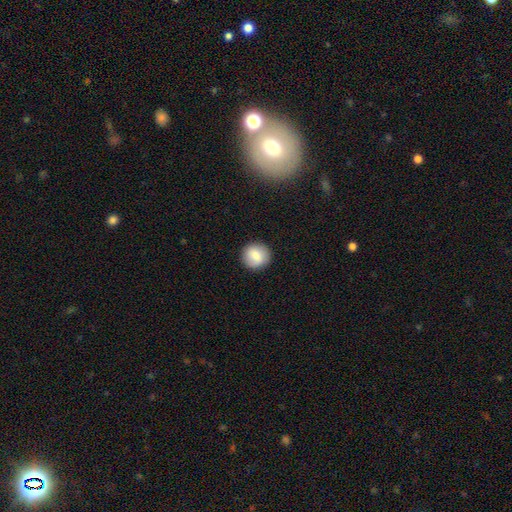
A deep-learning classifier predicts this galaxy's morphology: A smooth galaxy with no disk features (82%) that is round (93%). Merging: none (91%).